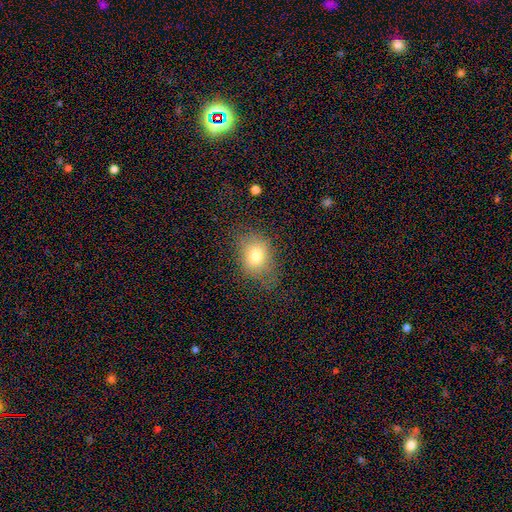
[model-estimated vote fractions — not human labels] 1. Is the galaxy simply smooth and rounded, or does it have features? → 75% smooth, 14% featured or disk, 11% star or artifact.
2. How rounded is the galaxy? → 59% in between, 40% round, 1% cigar-shaped.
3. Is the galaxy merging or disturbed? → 62% none, 24% minor disturbance, 12% major disturbance, 2% merger.